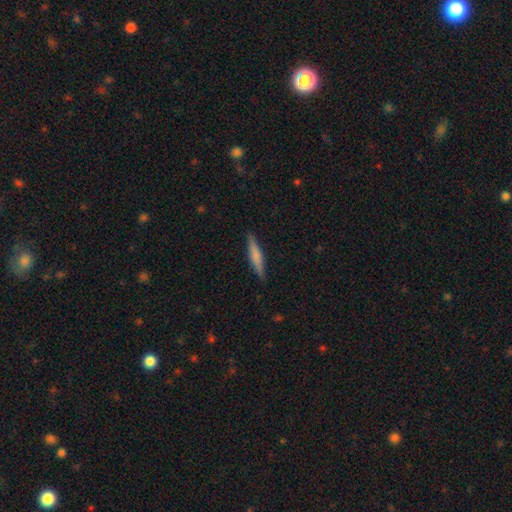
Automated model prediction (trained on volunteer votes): Smooth or featured? smooth (67%)
How rounded? cigar-shaped (90%)
Merging? none (89%)